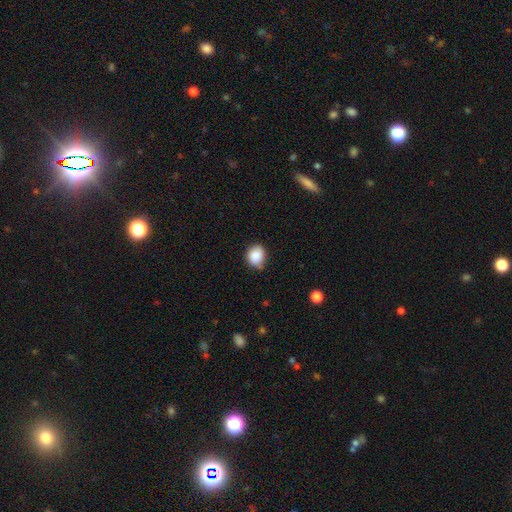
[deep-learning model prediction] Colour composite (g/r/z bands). It shows a smooth galaxy with no disk features (86%) that is round (66%). Merging: none (66%).